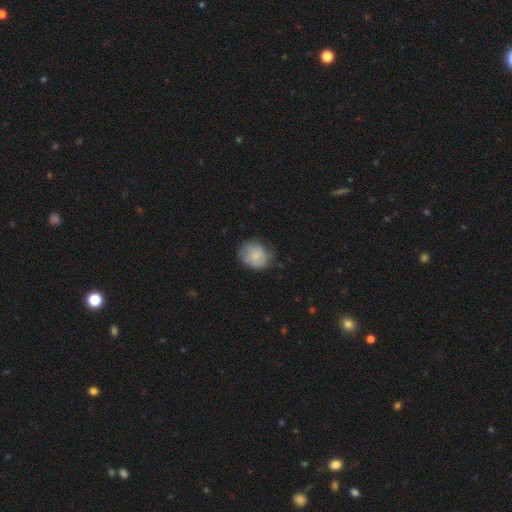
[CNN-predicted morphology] This appears to be a smooth galaxy with no disk features (75%) that is round (71%). Merging: none (64%).